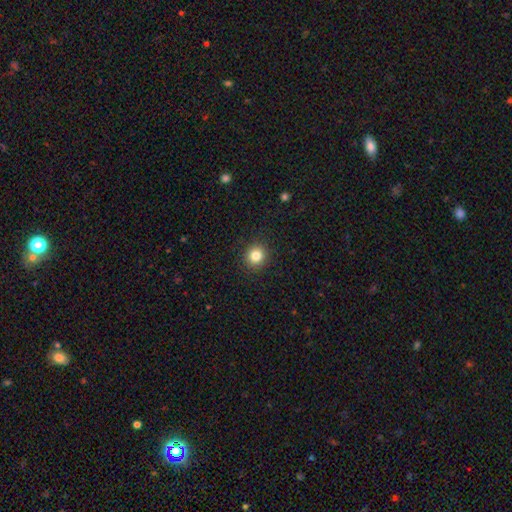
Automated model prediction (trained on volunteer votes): Q: Smooth or featured?
A: smooth (84%); runner-up: star or artifact (11%)
Q: How rounded?
A: round (90%); runner-up: in between (9%)
Q: Merging?
A: none (91%); runner-up: minor disturbance (6%)